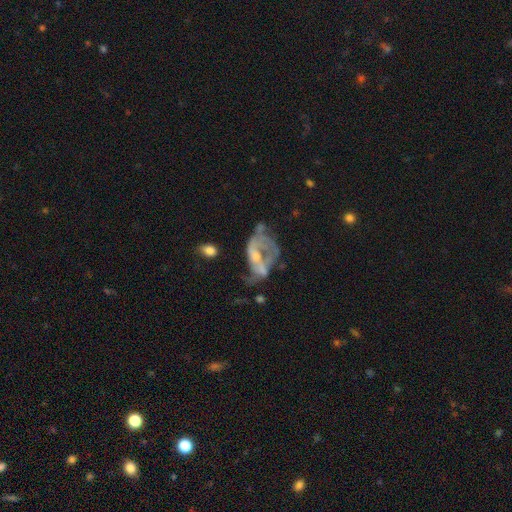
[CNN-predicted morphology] A featured or disk galaxy (66%) with no bar (64%), no spiral arms (61%) and a small central bulge (46%).

Vote fractions:
- Smooth or featured? featured or disk: 66% / smooth: 20% / star or artifact: 15%
- Edge-on disk? no: 96% / yes: 4%
- Bar? no: 64% / weak: 27% / strong: 8%
- Spiral arms? no: 61% / yes: 39%
- Bulge size? small: 46% / moderate: 29% / none: 21% / large: 2% / dominant: 1%
- Merging? major disturbance: 38% / none: 27% / minor disturbance: 18% / merger: 17%